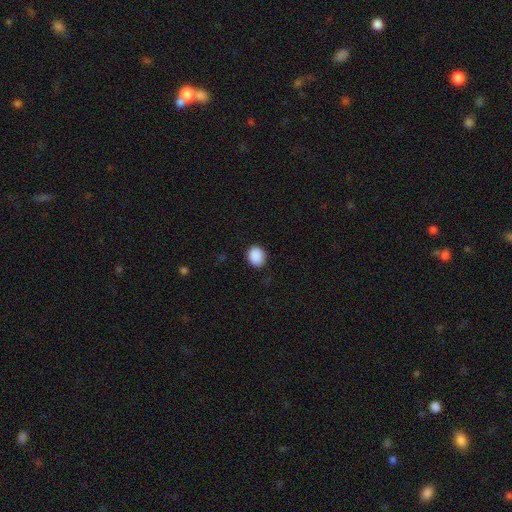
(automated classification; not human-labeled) smooth 90%, star or artifact 8%, featured or disk 2%. Down the decision tree: how rounded — round (66%); merging — none (88%).